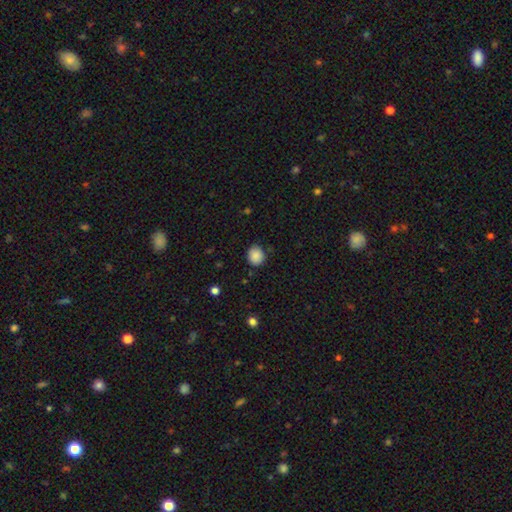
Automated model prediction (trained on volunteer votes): Smooth or featured: smooth — 87% (star or artifact — 9%)
How rounded: round — 75% (in between — 24%)
Merging: none — 84% (minor disturbance — 12%)